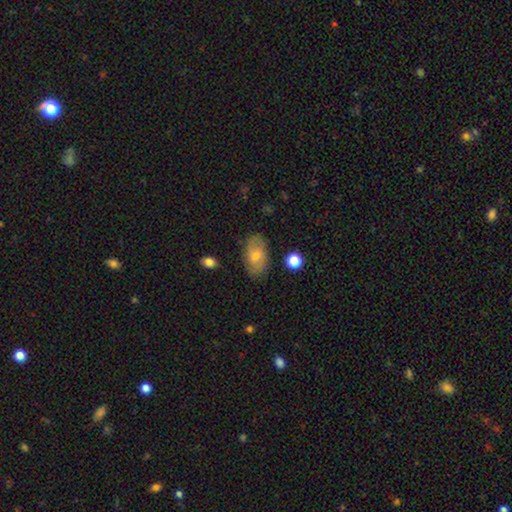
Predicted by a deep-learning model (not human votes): smooth-or-featured: smooth: 61% | featured or disk: 32% | star or artifact: 7%
  how-rounded: in between: 91% | round: 7% | cigar-shaped: 2%
  merging: none: 80% | minor disturbance: 14% | major disturbance: 4% | merger: 2%